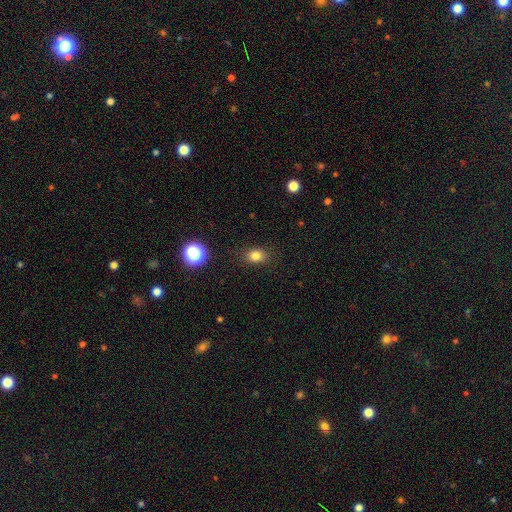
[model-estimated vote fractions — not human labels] smooth_or_featured: smooth (p=0.81) [alt: star or artifact p=0.13]
how_rounded: in between (p=0.60) [alt: round p=0.39]
merging: none (p=0.86) [alt: minor disturbance p=0.10]